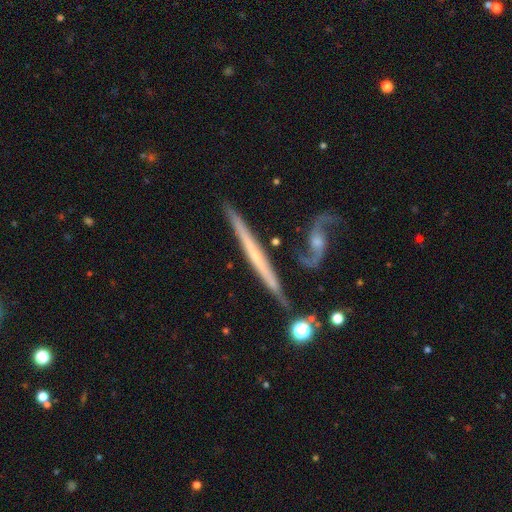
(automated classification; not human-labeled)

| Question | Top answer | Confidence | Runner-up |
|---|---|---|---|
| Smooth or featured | featured or disk | 70% | smooth (24%) |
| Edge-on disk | yes | 88% | no (12%) |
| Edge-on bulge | none | 81% | rounded (14%) |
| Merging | none | 71% | minor disturbance (15%) |